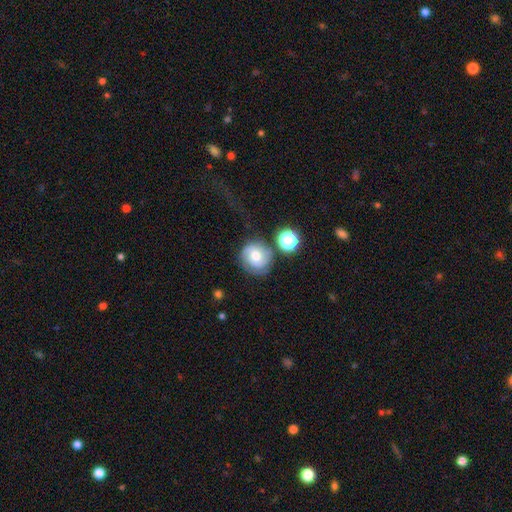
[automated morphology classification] The model was most divided on "smooth or featured": featured or disk: 47%, smooth: 42%, star or artifact: 11%. More confident: merging — none (61%).